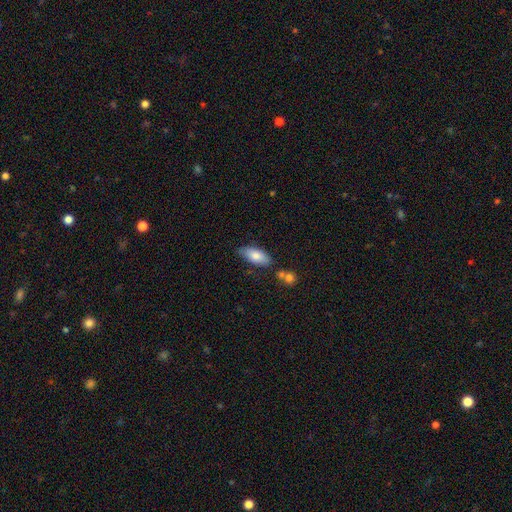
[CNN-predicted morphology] Q: Smooth or featured?
A: smooth (78%); runner-up: featured or disk (15%)
Q: How rounded?
A: in between (83%); runner-up: cigar-shaped (15%)
Q: Merging?
A: none (71%); runner-up: minor disturbance (19%)